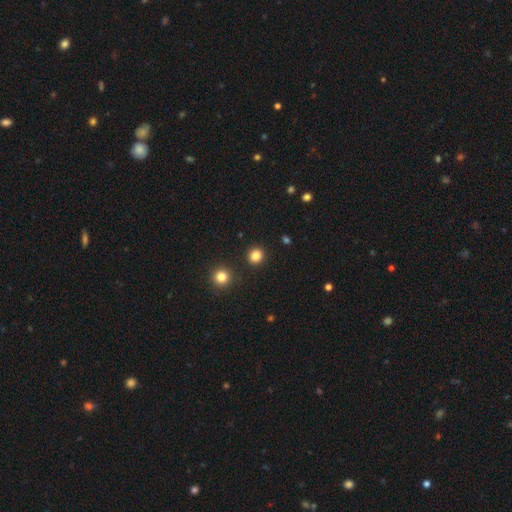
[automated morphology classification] Smooth or featured: smooth — 83% (star or artifact — 13%)
How rounded: round — 90% (in between — 9%)
Merging: none — 91% (minor disturbance — 5%)